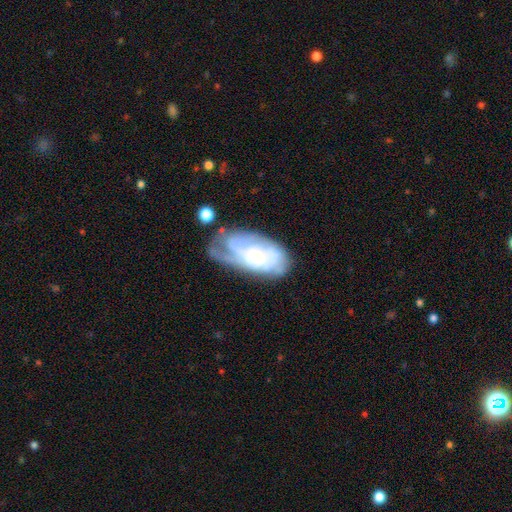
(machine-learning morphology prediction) smooth-or-featured: featured or disk: 72% | smooth: 21% | star or artifact: 7%
  disk-edge-on: no: 95% | yes: 5%
    bar: no: 71% | weak: 24% | strong: 5%
    has-spiral-arms: yes: 86% | no: 14%
      spiral-winding: tight: 56% | medium: 32% | loose: 12%
      spiral-arm-count: can't tell: 48% | 2: 16% | 3: 16% | 4: 9% | 1: 6% | more than 4: 4%
    bulge-size: small: 63% | moderate: 21% | none: 11% | large: 4% | dominant: 1%
  merging: none: 50% | minor disturbance: 28% | major disturbance: 17% | merger: 5%